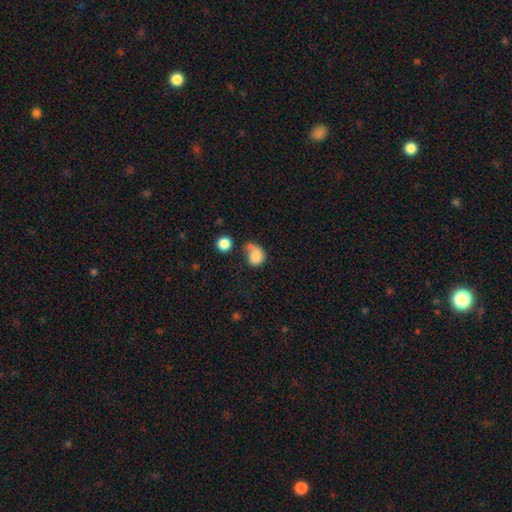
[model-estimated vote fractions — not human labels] Smooth or featured? smooth (77%)
How rounded? round (50%)
Merging? none (29%)